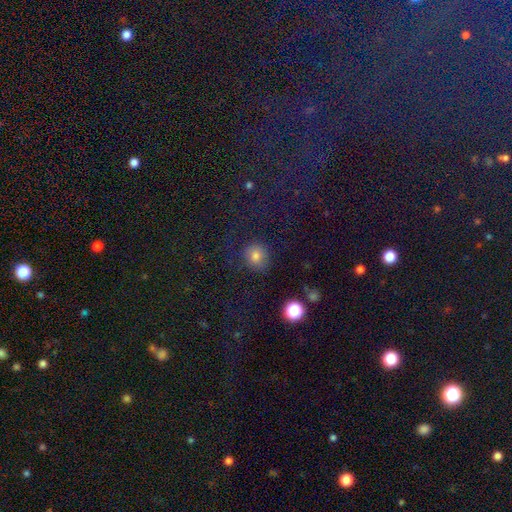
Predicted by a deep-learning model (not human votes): Smooth or featured?
  - smooth: 78% *
  - star or artifact: 15%
  - featured or disk: 7%
How rounded?
  - round: 83% *
  - in between: 16%
  - cigar-shaped: 1%
Merging?
  - none: 80% *
  - minor disturbance: 13%
  - major disturbance: 6%
  - merger: 2%